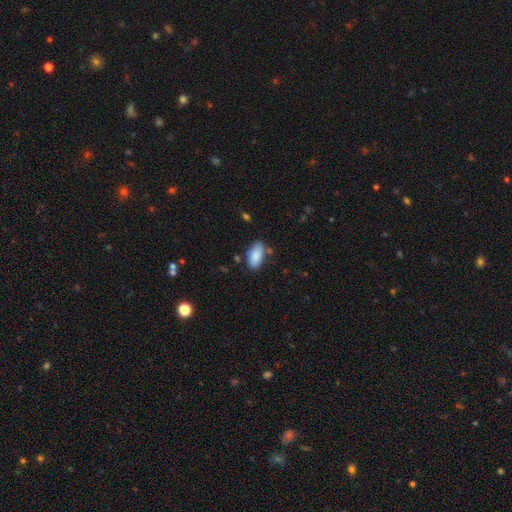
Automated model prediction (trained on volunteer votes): Smooth or featured?
  - smooth: 89% *
  - star or artifact: 6%
  - featured or disk: 5%
How rounded?
  - in between: 93% *
  - cigar-shaped: 5%
  - round: 2%
Merging?
  - none: 76% *
  - minor disturbance: 16%
  - merger: 4%
  - major disturbance: 4%